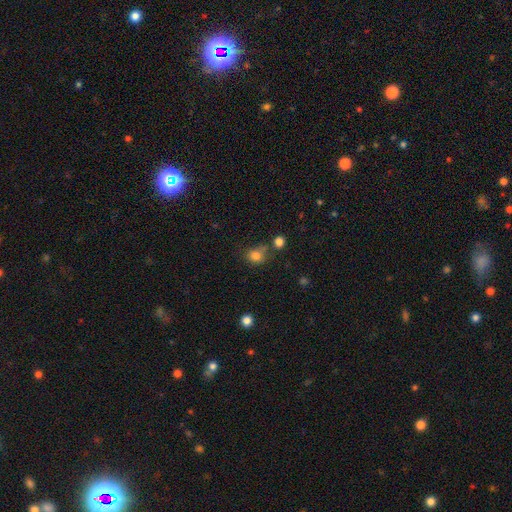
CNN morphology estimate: Smooth or featured?
  - smooth: 81% *
  - star or artifact: 13%
  - featured or disk: 6%
How rounded?
  - round: 68% *
  - in between: 31%
  - cigar-shaped: 1%
Merging?
  - none: 59% *
  - minor disturbance: 19%
  - merger: 15%
  - major disturbance: 7%